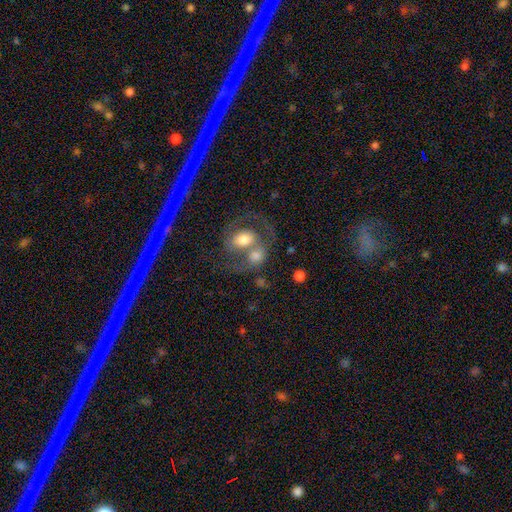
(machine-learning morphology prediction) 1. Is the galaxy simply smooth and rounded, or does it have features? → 49% featured or disk, 43% smooth, 8% star or artifact.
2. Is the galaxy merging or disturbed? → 54% merger, 26% none, 10% minor disturbance, 10% major disturbance.